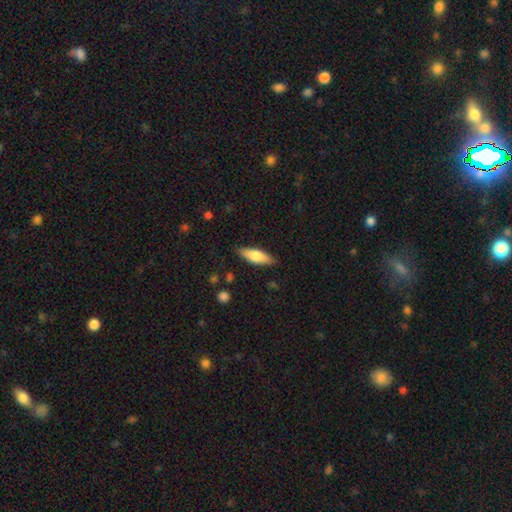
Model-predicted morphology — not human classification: A smooth galaxy with no disk features (69%) that is in between round and cigar-shaped (54%). Merging: none (86%).